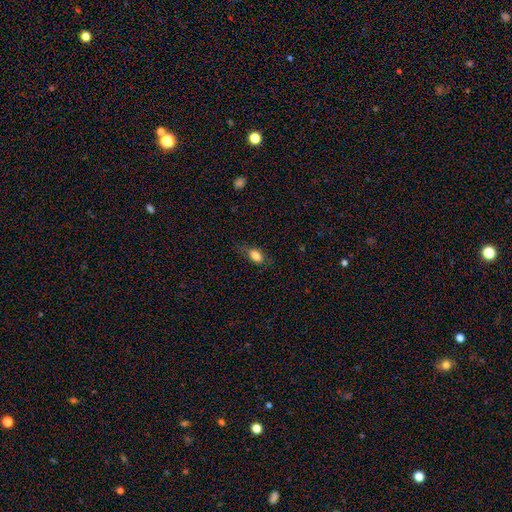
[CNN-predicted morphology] A smooth galaxy with no disk features (80%) that is in between round and cigar-shaped (85%). Merging: none (64%).